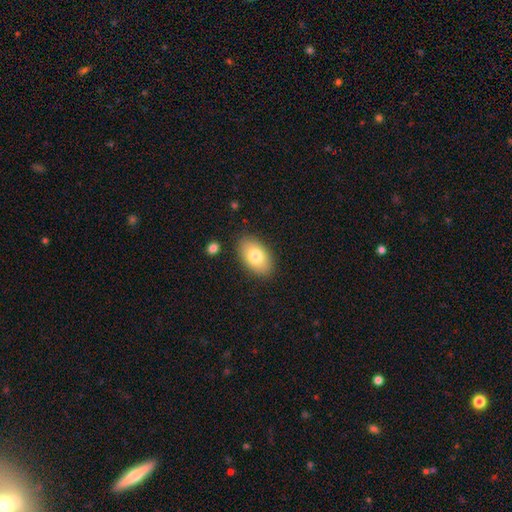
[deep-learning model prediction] This is likely a smooth galaxy (79%). How rounded: clearly in between (93%). Merging: clearly none (86%).